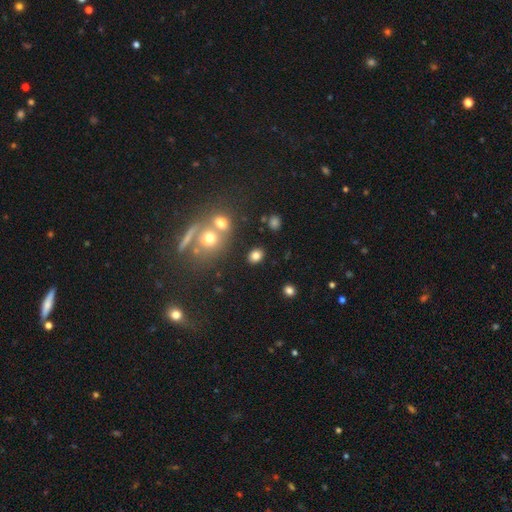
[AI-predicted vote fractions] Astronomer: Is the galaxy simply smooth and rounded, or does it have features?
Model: smooth — 78%.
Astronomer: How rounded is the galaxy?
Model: in between — 54% (runner-up: round, 45%).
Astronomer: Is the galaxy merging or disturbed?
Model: none — 80%.